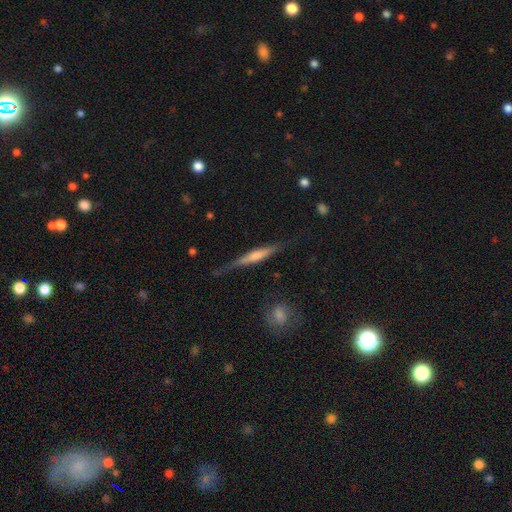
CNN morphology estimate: Q: Smooth or featured?
A: featured or disk (54%); runner-up: smooth (40%)
Q: Edge-on disk?
A: yes (93%); runner-up: no (7%)
Q: Edge-on bulge?
A: rounded (46%); runner-up: boxy (29%)
Q: Merging?
A: none (69%); runner-up: minor disturbance (21%)